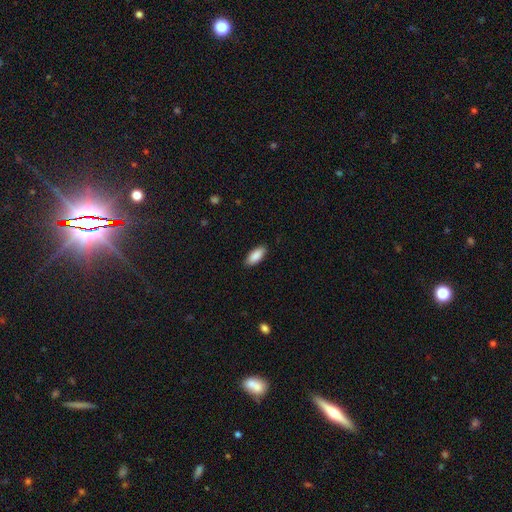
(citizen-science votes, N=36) A smooth galaxy with no disk features (94%) that is in between round and cigar-shaped (85%). Merging: none (94%).